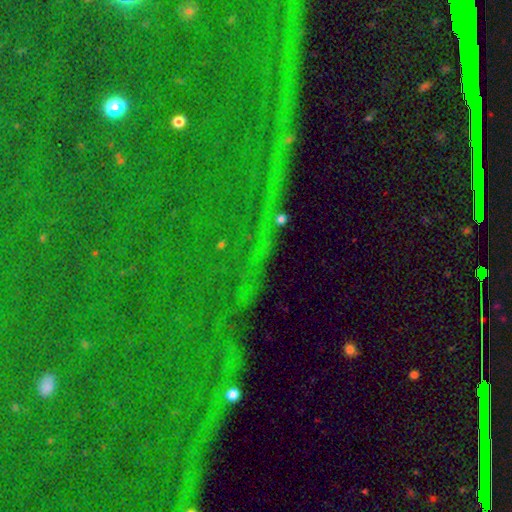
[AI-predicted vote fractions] Smooth or featured? Predicted: star or artifact (p=0.80).